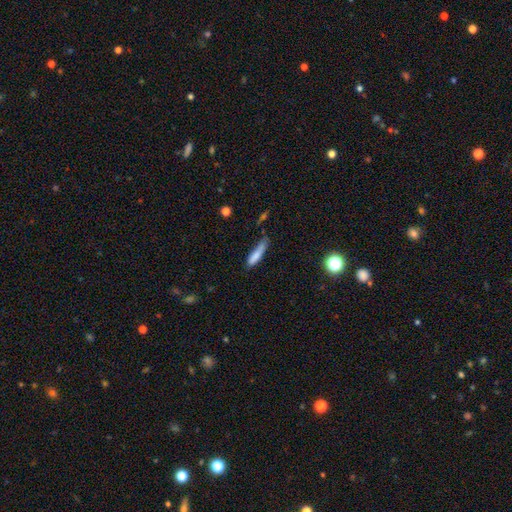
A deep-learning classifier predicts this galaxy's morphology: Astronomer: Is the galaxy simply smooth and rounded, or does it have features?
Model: smooth — 79%.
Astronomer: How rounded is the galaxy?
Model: cigar-shaped — 79%.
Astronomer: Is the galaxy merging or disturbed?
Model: none — 50% (runner-up: minor disturbance, 34%).